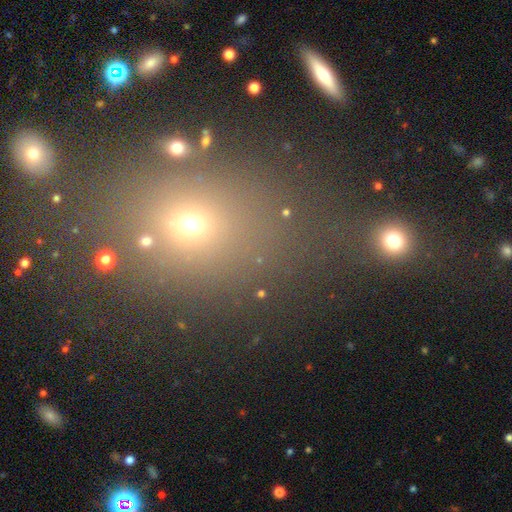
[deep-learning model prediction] Morphology: type=smooth (55%); roundness=round (52%); merging=none (72%).